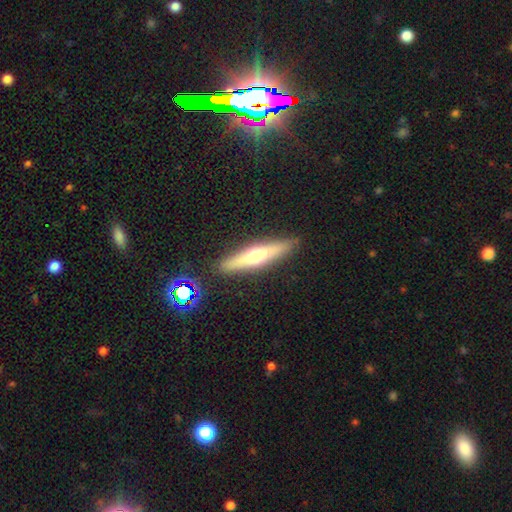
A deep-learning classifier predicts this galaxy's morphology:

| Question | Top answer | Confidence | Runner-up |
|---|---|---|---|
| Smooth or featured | featured or disk | 49% | smooth (43%) |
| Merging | none | 88% | minor disturbance (8%) |